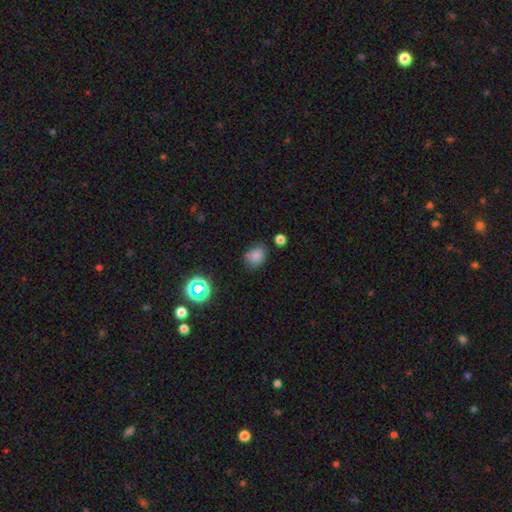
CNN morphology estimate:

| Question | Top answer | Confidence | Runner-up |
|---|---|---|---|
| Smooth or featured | smooth | 77% | star or artifact (16%) |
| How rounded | round | 51% | in between (48%) |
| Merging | none | 67% | minor disturbance (22%) |